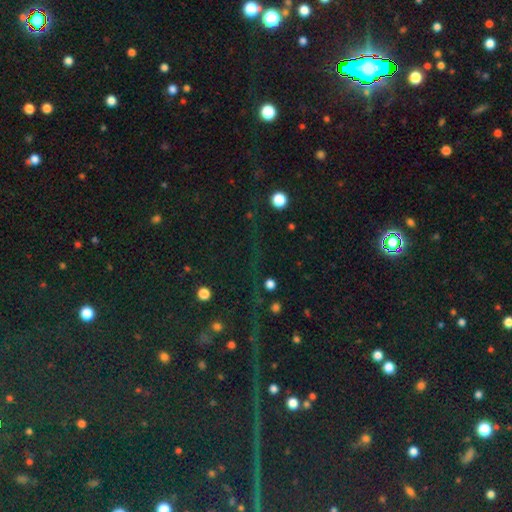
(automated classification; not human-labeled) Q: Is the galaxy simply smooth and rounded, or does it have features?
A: star or artifact — 81%.